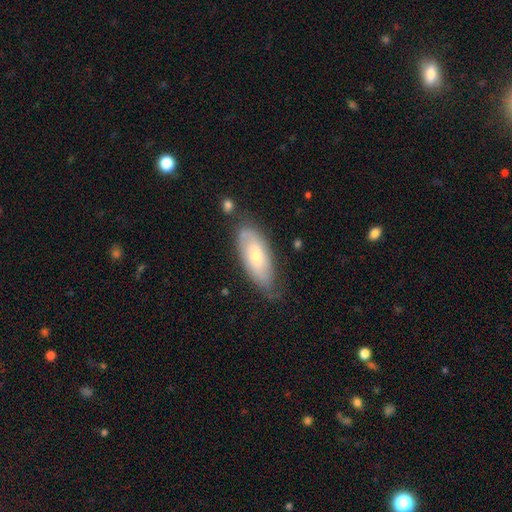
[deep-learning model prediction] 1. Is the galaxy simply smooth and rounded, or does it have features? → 53% smooth, 41% featured or disk, 6% star or artifact.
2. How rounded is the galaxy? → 78% in between, 20% cigar-shaped, 2% round.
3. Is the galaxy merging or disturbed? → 64% none, 26% minor disturbance, 6% major disturbance, 3% merger.